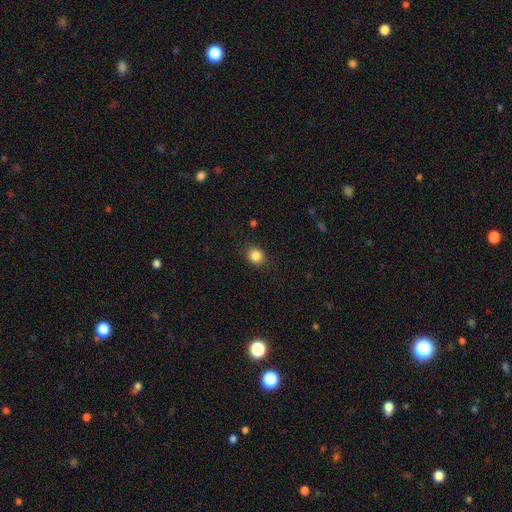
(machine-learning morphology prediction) type=smooth (84%); roundness=round (80%); merging=none (87%).